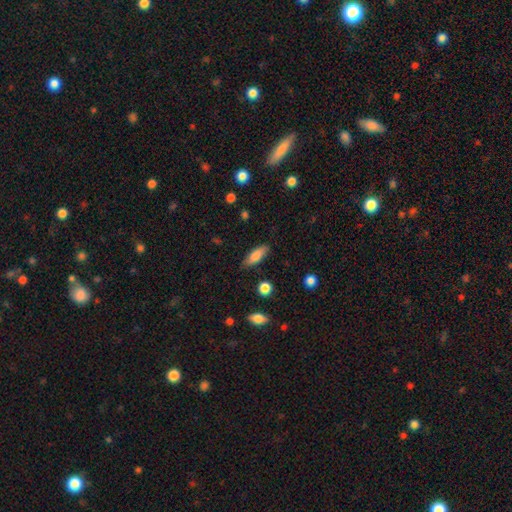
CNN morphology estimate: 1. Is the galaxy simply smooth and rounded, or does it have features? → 79% smooth, 14% featured or disk, 7% star or artifact.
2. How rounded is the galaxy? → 68% in between, 29% cigar-shaped, 3% round.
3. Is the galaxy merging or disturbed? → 82% none, 13% minor disturbance, 3% major disturbance, 2% merger.